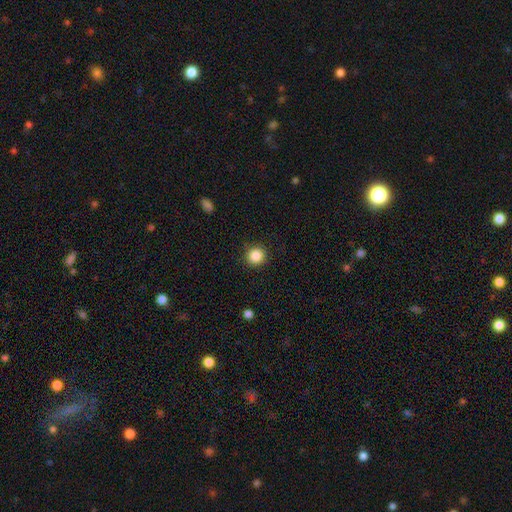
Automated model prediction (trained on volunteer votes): Q: Smooth or featured?
A: smooth (86%); runner-up: star or artifact (10%)
Q: How rounded?
A: round (93%); runner-up: in between (6%)
Q: Merging?
A: none (90%); runner-up: minor disturbance (6%)